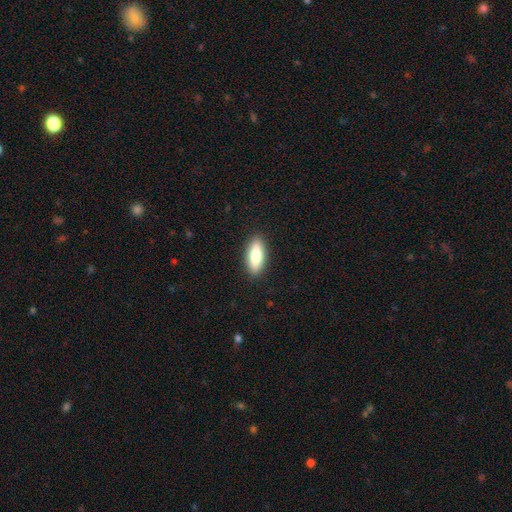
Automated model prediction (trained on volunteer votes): smooth_or_featured: smooth (p=0.77) [alt: featured or disk p=0.18]
how_rounded: in between (p=0.65) [alt: cigar-shaped p=0.33]
merging: none (p=0.90) [alt: minor disturbance p=0.08]